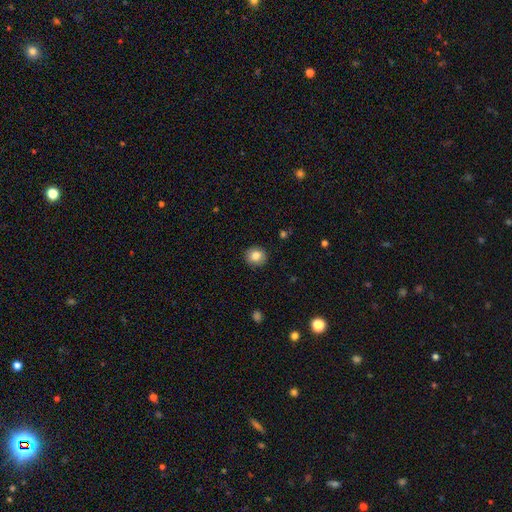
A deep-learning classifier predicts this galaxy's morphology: This appears to be a smooth galaxy with no disk features (84%) that is round (84%). Merging: none (90%).